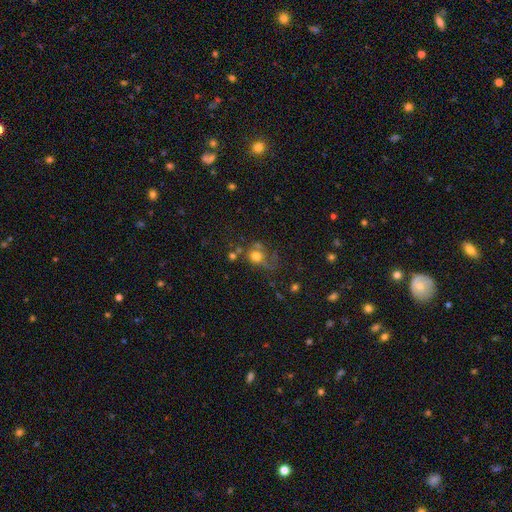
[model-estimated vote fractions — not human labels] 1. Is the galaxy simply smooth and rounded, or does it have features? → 70% smooth, 15% star or artifact, 15% featured or disk.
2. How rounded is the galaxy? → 79% round, 20% in between, 1% cigar-shaped.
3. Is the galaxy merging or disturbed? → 49% none, 19% minor disturbance, 16% merger, 16% major disturbance.